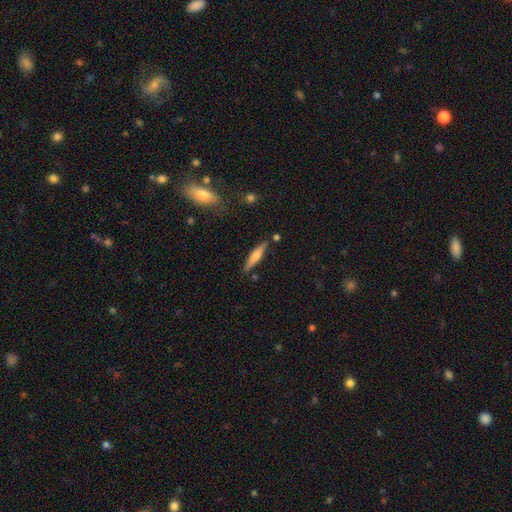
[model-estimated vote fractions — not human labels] Smooth or featured? smooth (52%)
How rounded? cigar-shaped (83%)
Merging? none (82%)